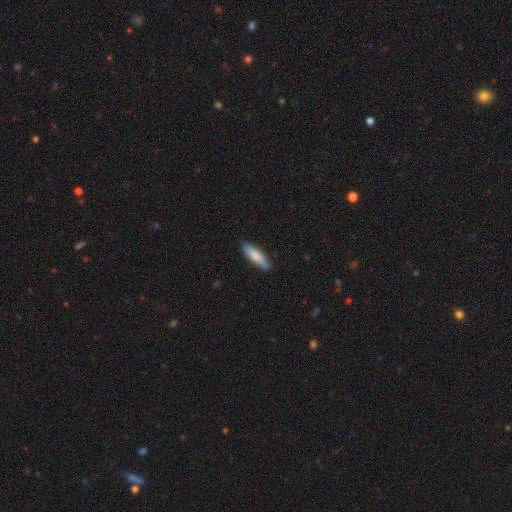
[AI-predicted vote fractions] Smooth or featured? smooth (79%)
How rounded? cigar-shaped (63%)
Merging? none (84%)